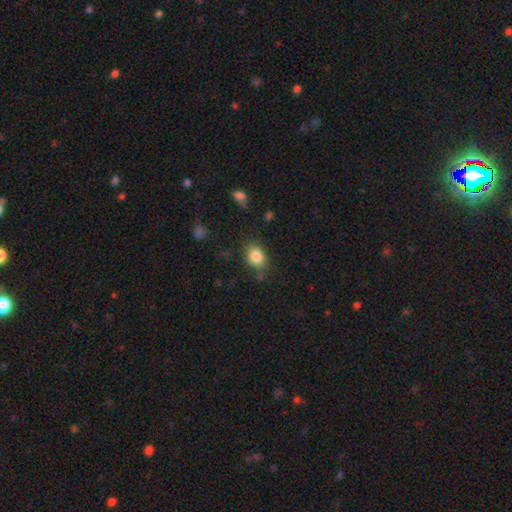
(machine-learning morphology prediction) A smooth galaxy with no disk features (84%) that is in between round and cigar-shaped (62%). Merging: none (76%).